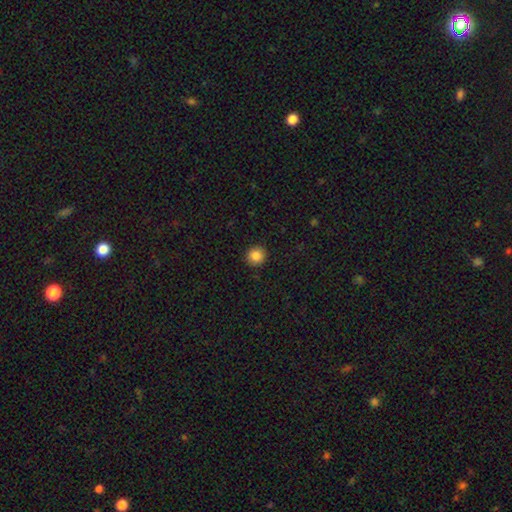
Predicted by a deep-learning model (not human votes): A smooth galaxy with no disk features (87%) that is round (93%).

Vote fractions:
- Smooth or featured? smooth: 87% / star or artifact: 10% / featured or disk: 4%
- How rounded? round: 93% / in between: 6% / cigar-shaped: 1%
- Merging? none: 92% / minor disturbance: 5% / major disturbance: 2% / merger: 1%